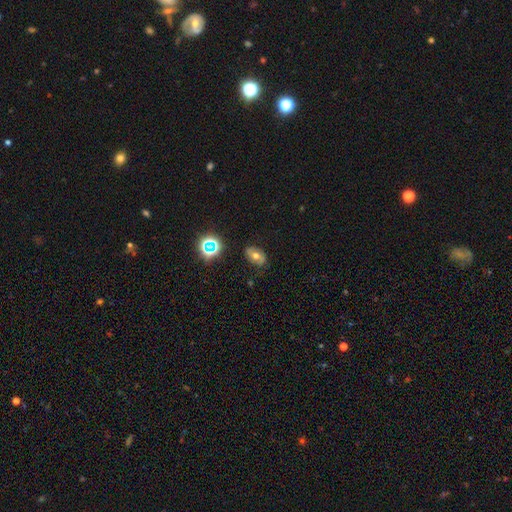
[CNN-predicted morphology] Smooth or featured?
  - smooth: 50% *
  - featured or disk: 33%
  - star or artifact: 17%
Merging?
  - none: 79% *
  - minor disturbance: 15%
  - major disturbance: 4%
  - merger: 2%